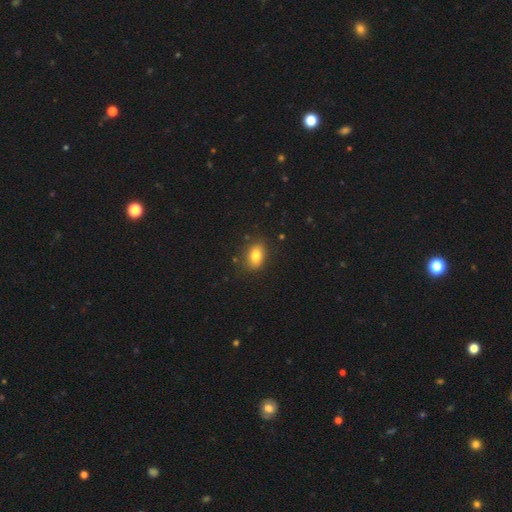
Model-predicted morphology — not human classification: The model was most divided on "how rounded": in between: 82%, round: 16%, cigar-shaped: 2%. More confident: merging — none (83%); smooth or featured — smooth (80%).